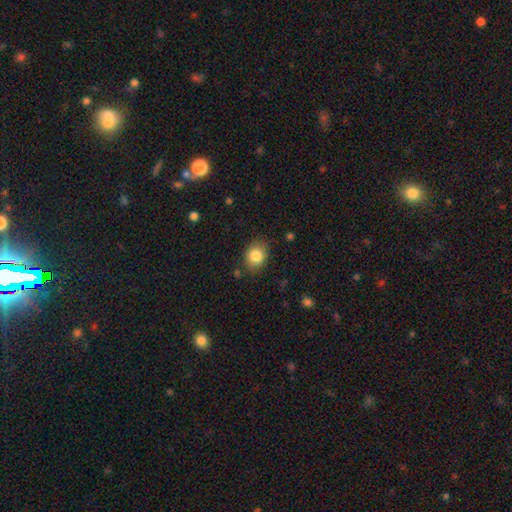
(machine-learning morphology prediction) Smooth or featured: smooth — 84% (star or artifact — 9%)
How rounded: in between — 50% (round — 49%)
Merging: none — 80% (minor disturbance — 14%)